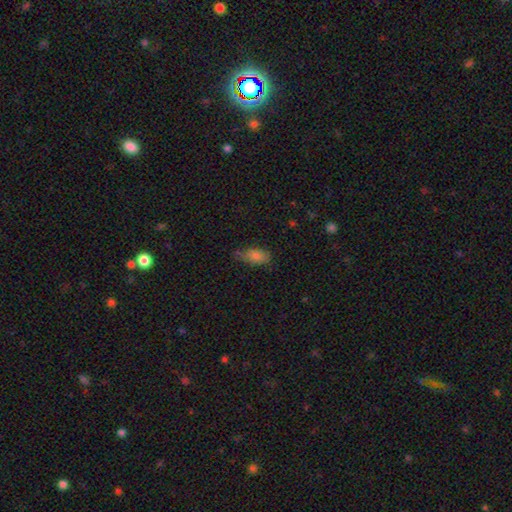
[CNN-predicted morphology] Smooth or featured? smooth (77%)
How rounded? in between (84%)
Merging? none (59%)